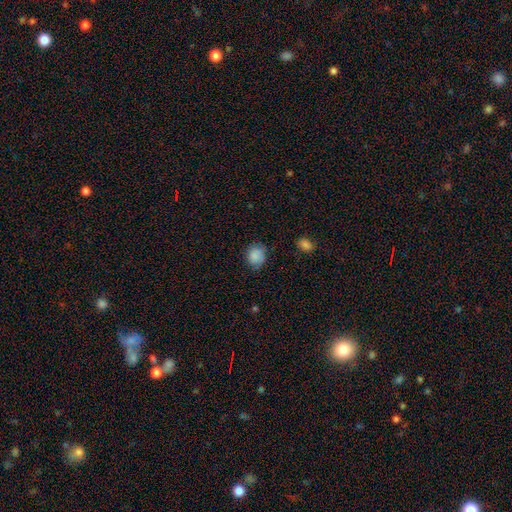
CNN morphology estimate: This is clearly a smooth galaxy (87%). How rounded: likely round (74%). Merging: likely none (77%).